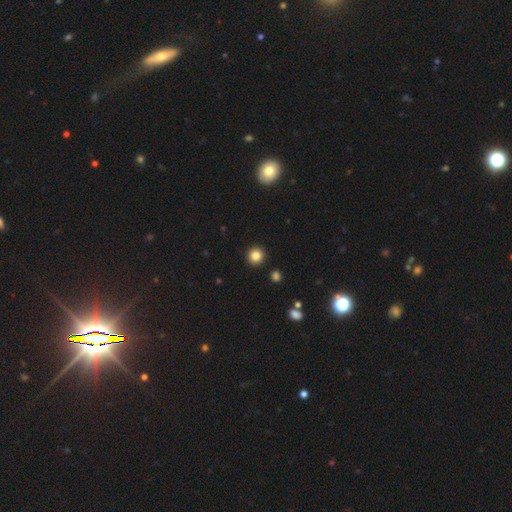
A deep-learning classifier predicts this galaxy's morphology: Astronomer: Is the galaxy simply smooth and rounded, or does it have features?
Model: smooth — 84%.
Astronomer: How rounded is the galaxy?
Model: round — 94%.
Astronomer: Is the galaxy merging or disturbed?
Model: none — 92%.